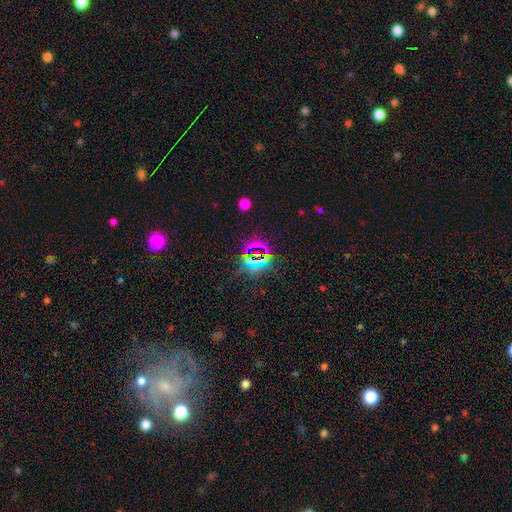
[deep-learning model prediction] A star or artifact, not a galaxy (76%).